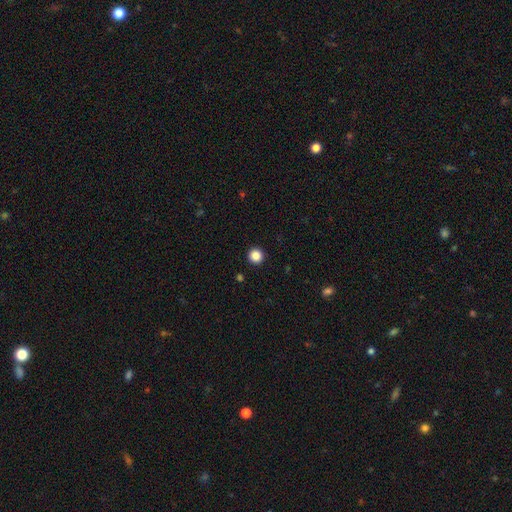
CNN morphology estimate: The model was most divided on "smooth or featured": smooth: 86%, star or artifact: 11%, featured or disk: 3%. More confident: how rounded — round (96%); merging — none (93%).